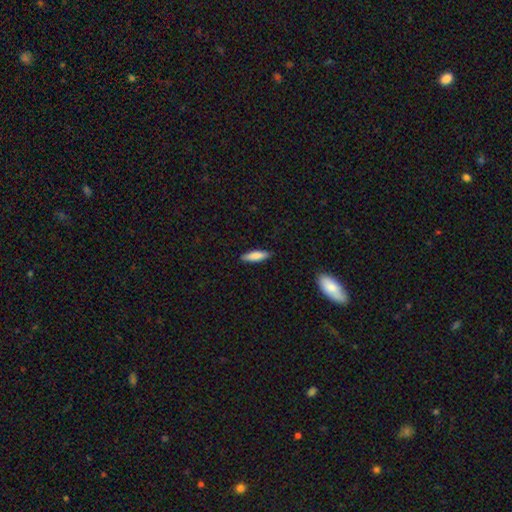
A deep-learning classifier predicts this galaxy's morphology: Smooth or featured? Predicted: smooth (p=0.83). How rounded? Predicted: cigar-shaped (p=0.61). Merging? Predicted: none (p=0.87).